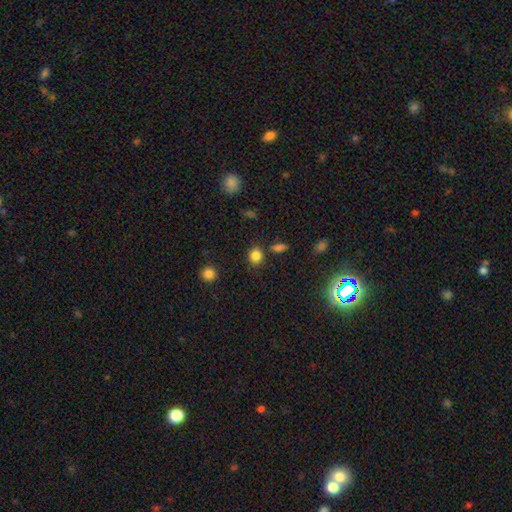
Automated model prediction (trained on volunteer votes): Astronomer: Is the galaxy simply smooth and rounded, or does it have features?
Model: smooth — 83%.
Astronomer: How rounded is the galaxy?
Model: round — 74%.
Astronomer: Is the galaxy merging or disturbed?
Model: none — 80%.